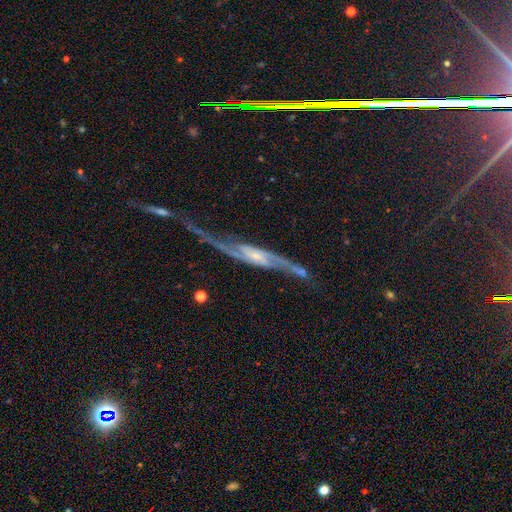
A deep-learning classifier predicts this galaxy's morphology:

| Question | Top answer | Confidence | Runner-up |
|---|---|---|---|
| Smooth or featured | featured or disk | 87% | smooth (8%) |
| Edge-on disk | no | 70% | yes (30%) |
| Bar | weak | 38% | tied: no (38%) |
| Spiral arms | yes | 92% | no (8%) |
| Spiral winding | loose | 68% | medium (23%) |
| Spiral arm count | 2 | 88% | can't tell (5%) |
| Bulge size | small | 59% | moderate (25%) |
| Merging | none | 39% | major disturbance (31%) |